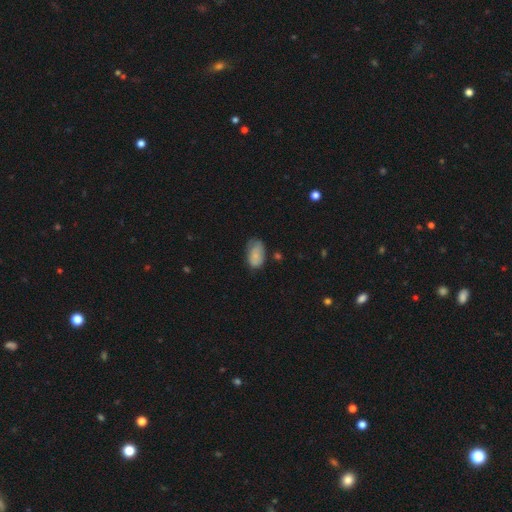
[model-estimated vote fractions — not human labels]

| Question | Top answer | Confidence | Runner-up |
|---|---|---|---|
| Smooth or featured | smooth | 79% | featured or disk (12%) |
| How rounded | in between | 92% | round (7%) |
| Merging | none | 49% | minor disturbance (36%) |